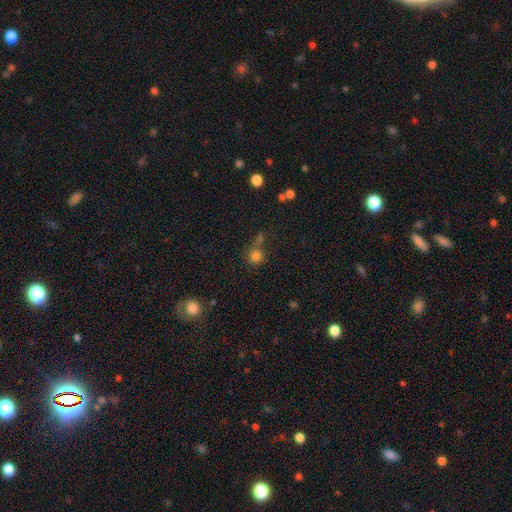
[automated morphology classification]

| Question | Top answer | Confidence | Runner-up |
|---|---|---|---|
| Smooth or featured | smooth | 78% | star or artifact (16%) |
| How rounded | round | 91% | in between (8%) |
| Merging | none | 61% | merger (24%) |